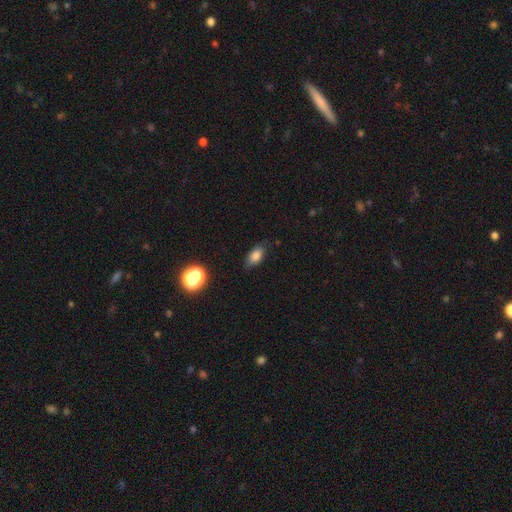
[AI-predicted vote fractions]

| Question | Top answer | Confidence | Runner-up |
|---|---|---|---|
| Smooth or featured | smooth | 81% | star or artifact (10%) |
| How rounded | in between | 87% | round (8%) |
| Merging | none | 76% | minor disturbance (19%) |